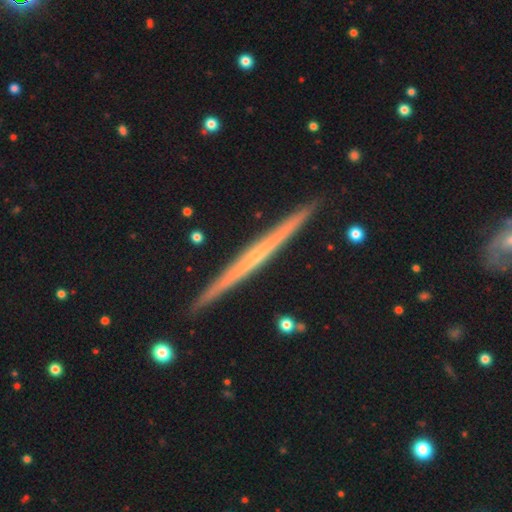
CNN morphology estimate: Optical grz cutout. It shows a featured or disk galaxy (70%) viewed edge-on (98%) with no central bulge (82%). Merging: none (92%).